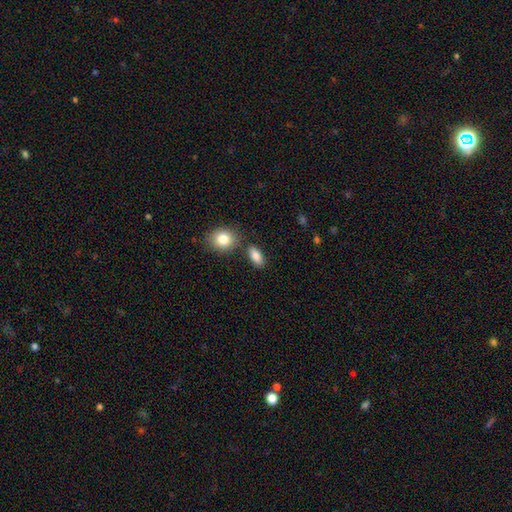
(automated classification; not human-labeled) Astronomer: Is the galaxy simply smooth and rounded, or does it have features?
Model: smooth — 87%.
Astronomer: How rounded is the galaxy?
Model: in between — 87%.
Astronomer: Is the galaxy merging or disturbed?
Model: none — 78%.